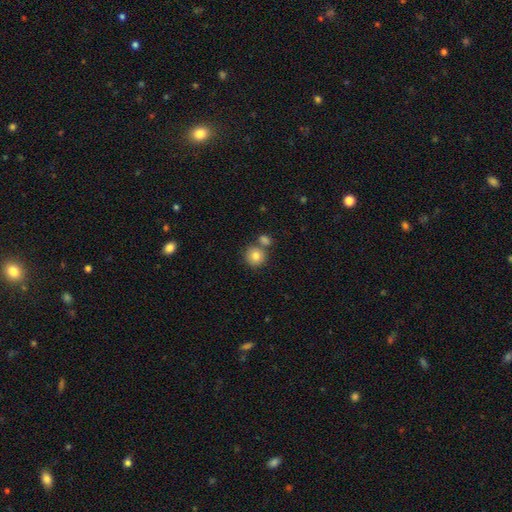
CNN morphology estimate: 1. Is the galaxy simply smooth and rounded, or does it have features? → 81% smooth, 10% star or artifact, 9% featured or disk.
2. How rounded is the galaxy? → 91% round, 8% in between, 1% cigar-shaped.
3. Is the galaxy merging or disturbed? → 65% none, 24% merger, 9% minor disturbance, 3% major disturbance.